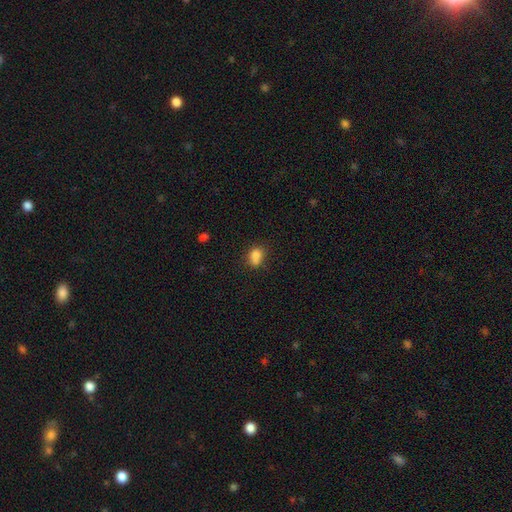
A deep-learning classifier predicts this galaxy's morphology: A smooth galaxy with no disk features (79%) that is in between round and cigar-shaped (55%). Merging: none (41%).